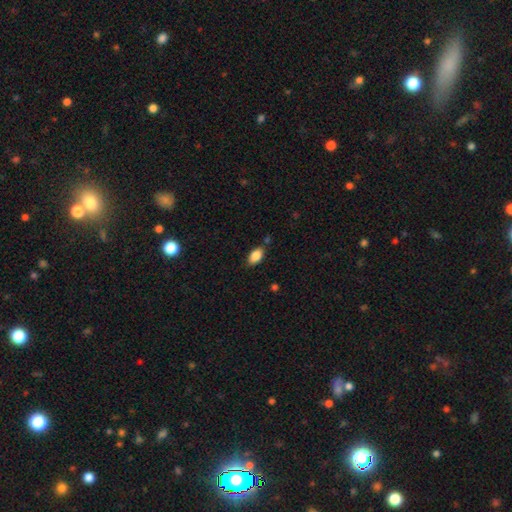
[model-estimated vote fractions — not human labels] Smooth or featured? Predicted: smooth (p=0.85). How rounded? Predicted: in between (p=0.91). Merging? Predicted: none (p=0.78).